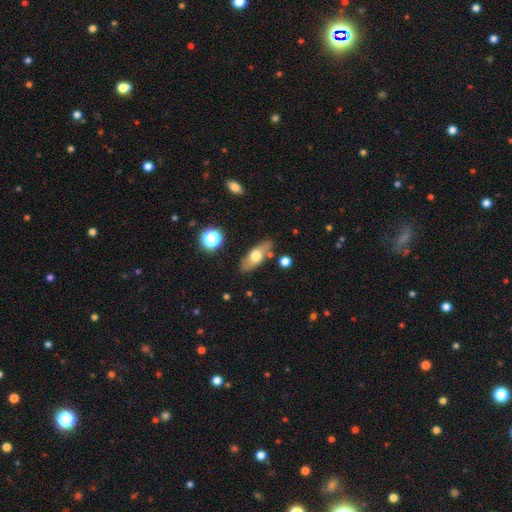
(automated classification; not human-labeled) This appears to be a smooth galaxy with no disk features (58%) that is in between round and cigar-shaped (71%). Merging: none (80%).